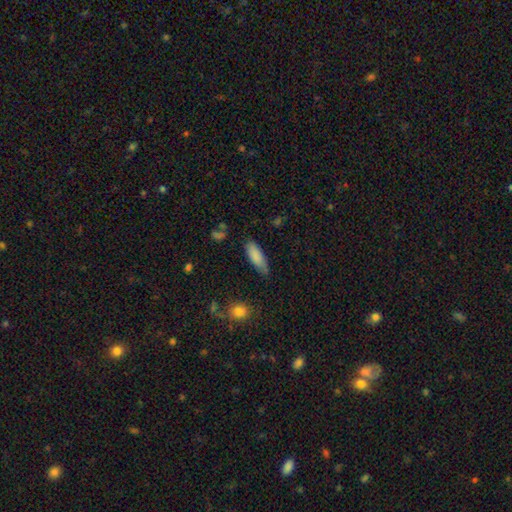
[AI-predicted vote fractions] This appears to be a smooth galaxy with no disk features (87%) that is in between round and cigar-shaped (66%). Merging: none (72%).